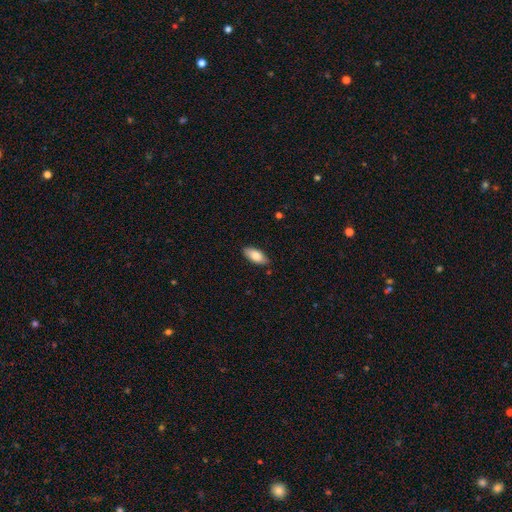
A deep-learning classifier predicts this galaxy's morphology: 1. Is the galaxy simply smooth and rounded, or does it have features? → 84% smooth, 10% featured or disk, 6% star or artifact.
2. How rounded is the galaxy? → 88% in between, 10% cigar-shaped, 2% round.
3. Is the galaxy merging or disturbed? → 84% none, 13% minor disturbance, 2% major disturbance, 1% merger.